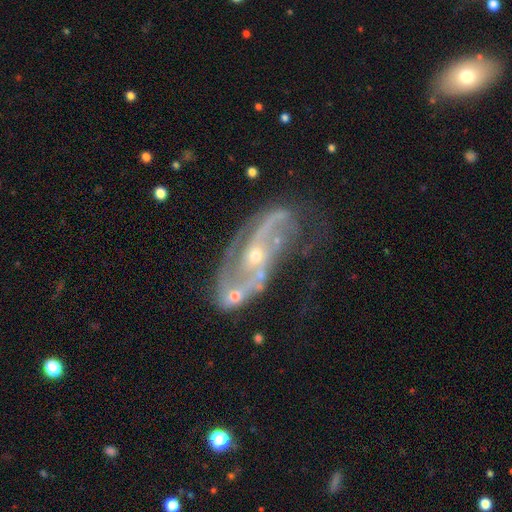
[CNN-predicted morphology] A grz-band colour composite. It shows a featured or disk galaxy (86%) with no bar (52%), 2 (75%) medium (43%) spiral arms (91%) and a small central bulge (63%). Merging: none (40%).